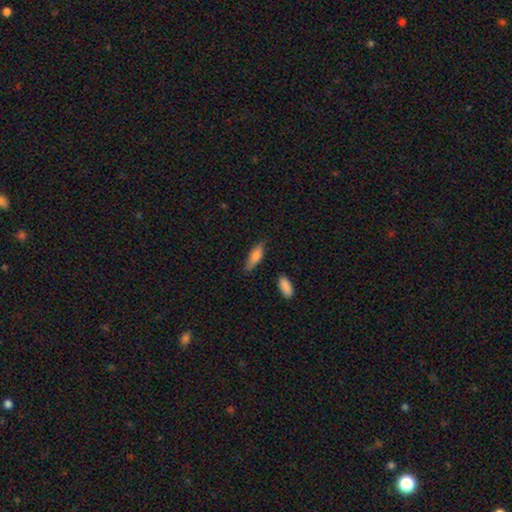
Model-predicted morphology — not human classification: smooth-or-featured: smooth: 68% | featured or disk: 25% | star or artifact: 7%
  how-rounded: cigar-shaped: 51% | in between: 46% | round: 3%
  merging: none: 77% | minor disturbance: 17% | major disturbance: 4% | merger: 2%